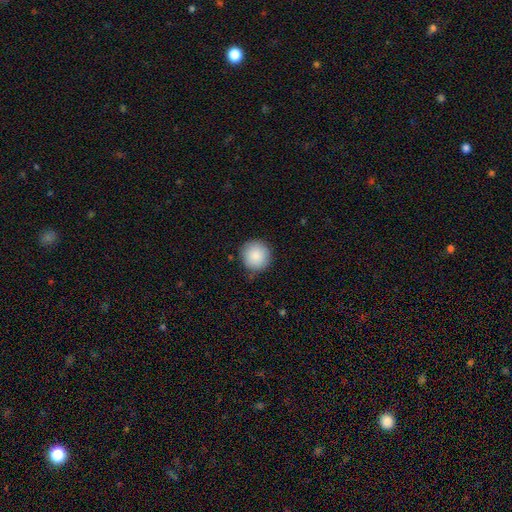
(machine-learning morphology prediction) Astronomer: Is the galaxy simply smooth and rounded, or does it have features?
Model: smooth — 88%.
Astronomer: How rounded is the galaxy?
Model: round — 95%.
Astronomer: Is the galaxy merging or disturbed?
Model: none — 84%.